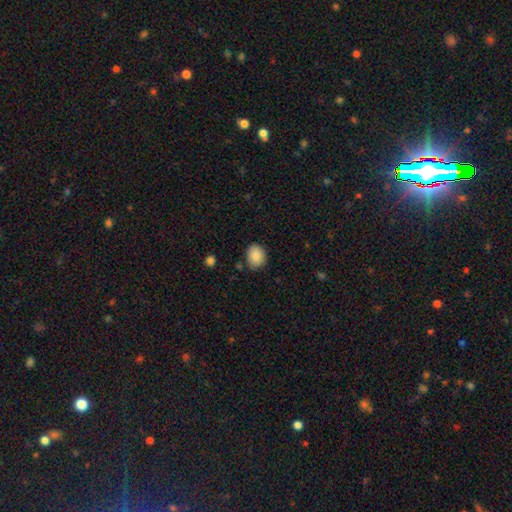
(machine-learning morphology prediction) A smooth galaxy with no disk features (87%) that is in between round and cigar-shaped (52%).

Vote fractions:
- Smooth or featured? smooth: 87% / star or artifact: 8% / featured or disk: 5%
- How rounded? in between: 52% / round: 47% / cigar-shaped: 1%
- Merging? none: 80% / minor disturbance: 15% / major disturbance: 3% / merger: 2%